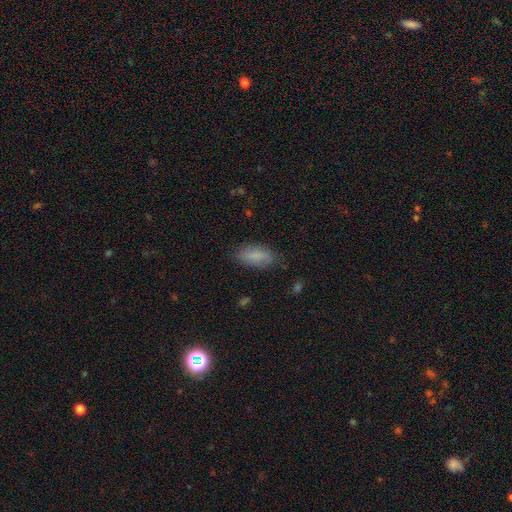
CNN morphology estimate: smooth 84%, featured or disk 8%, star or artifact 7%. Down the decision tree: how rounded — in between (89%); merging — none (79%).